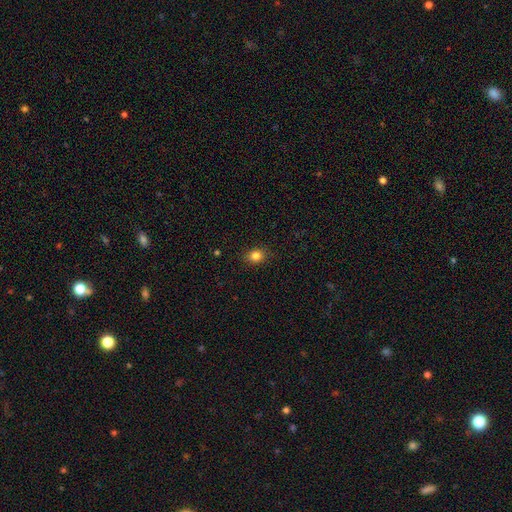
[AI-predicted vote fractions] This appears to be a smooth galaxy with no disk features (83%) that is round (56%). Merging: none (89%).